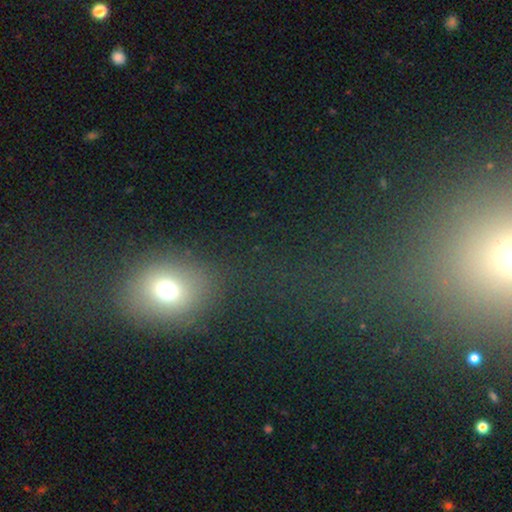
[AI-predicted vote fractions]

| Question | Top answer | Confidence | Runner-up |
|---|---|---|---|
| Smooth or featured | smooth | 61% | star or artifact (26%) |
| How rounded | round | 53% | in between (44%) |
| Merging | none | 70% | minor disturbance (13%) |